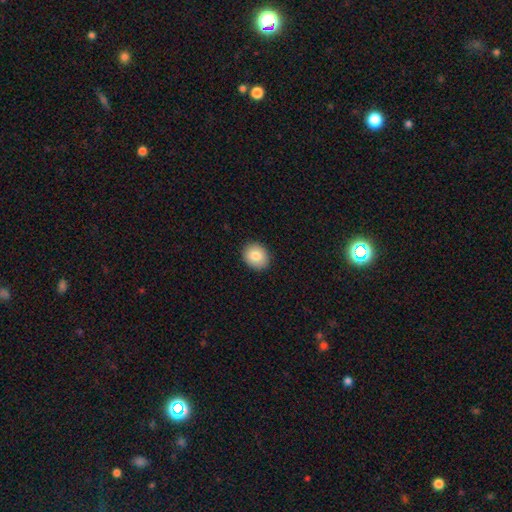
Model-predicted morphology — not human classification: smooth 83%, featured or disk 9%, star or artifact 8%. Down the decision tree: how rounded — round (63%); merging — none (91%).